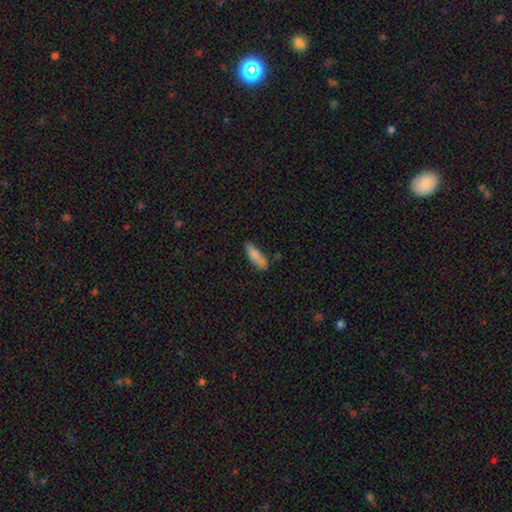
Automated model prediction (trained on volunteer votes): Smooth or featured? smooth (82%)
How rounded? cigar-shaped (53%)
Merging? none (70%)